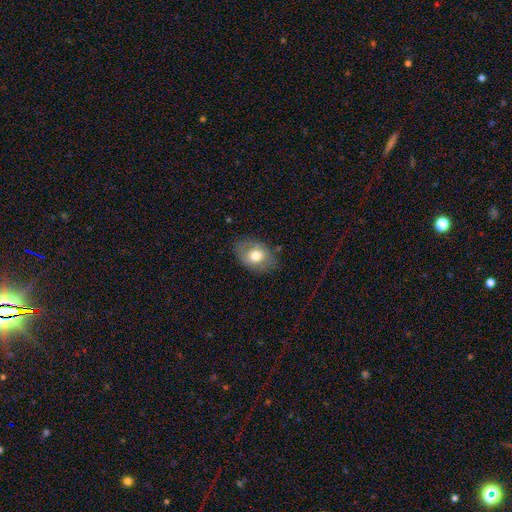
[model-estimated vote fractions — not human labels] smooth_or_featured: smooth (p=0.65) [alt: featured or disk p=0.27]
how_rounded: in between (p=0.77) [alt: round p=0.22]
merging: none (p=0.75) [alt: minor disturbance p=0.18]